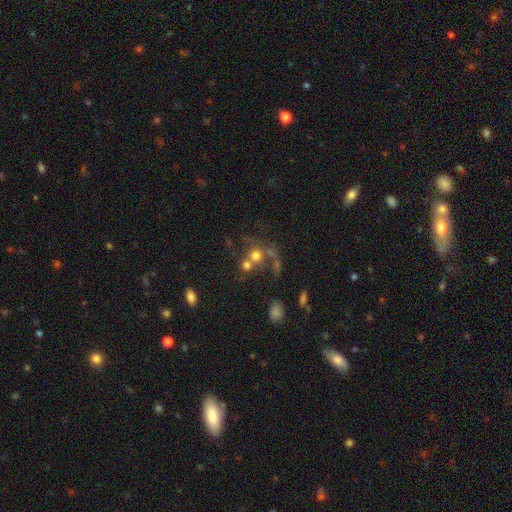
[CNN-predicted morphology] type=smooth (58%); roundness=round (83%); merging=merger (48%).